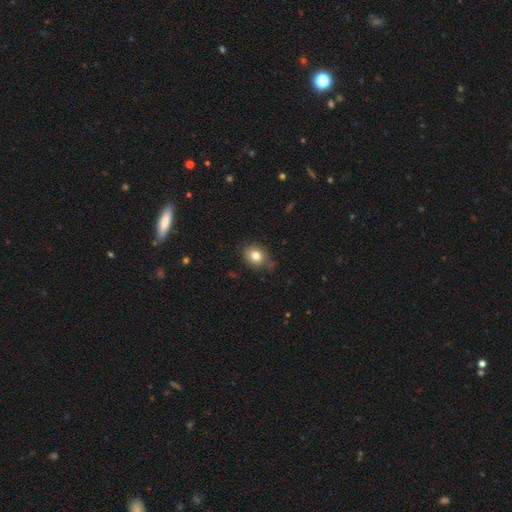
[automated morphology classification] Smooth or featured: smooth — 80% (star or artifact — 10%)
How rounded: round — 54% (in between — 45%)
Merging: none — 73% (minor disturbance — 21%)